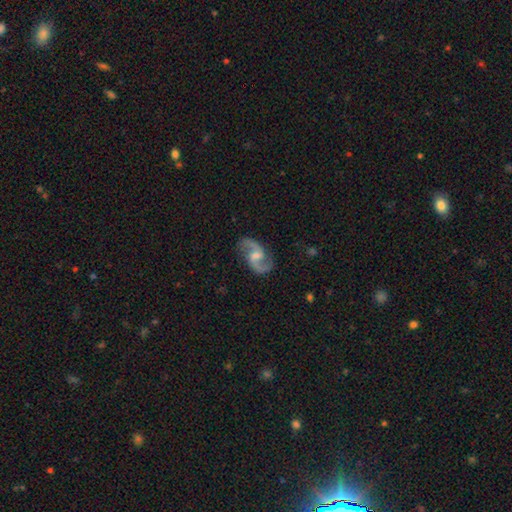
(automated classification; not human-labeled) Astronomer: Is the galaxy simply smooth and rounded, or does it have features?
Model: featured or disk — 91%.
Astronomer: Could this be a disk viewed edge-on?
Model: no — 98%.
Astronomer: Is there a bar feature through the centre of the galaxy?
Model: weak — 49% (runner-up: no, 36%).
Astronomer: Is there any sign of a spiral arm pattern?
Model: yes — 98%.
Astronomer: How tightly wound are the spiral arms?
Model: medium — 48% (runner-up: loose, 43%).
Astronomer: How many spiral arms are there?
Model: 2 — 94%.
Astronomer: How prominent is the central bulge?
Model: moderate — 45% (runner-up: small, 43%).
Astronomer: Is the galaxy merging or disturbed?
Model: none — 85%.